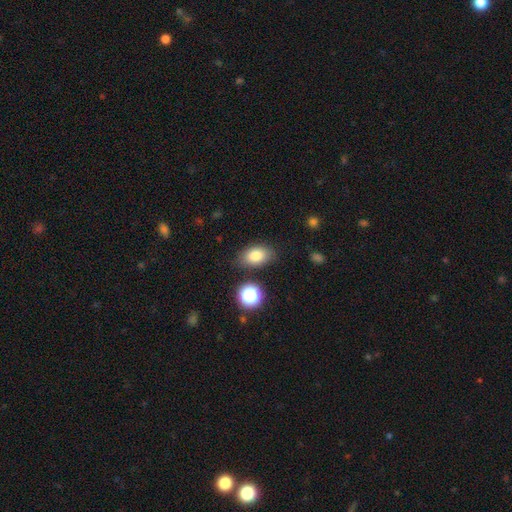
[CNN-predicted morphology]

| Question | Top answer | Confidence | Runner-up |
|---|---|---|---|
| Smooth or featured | smooth | 82% | star or artifact (10%) |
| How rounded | in between | 86% | round (13%) |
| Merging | none | 80% | minor disturbance (12%) |